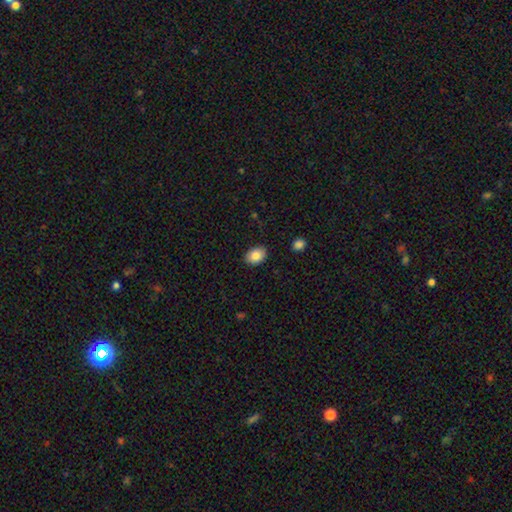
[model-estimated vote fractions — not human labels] This appears to be a smooth galaxy with no disk features (85%) that is in between round and cigar-shaped (74%). Merging: none (88%).